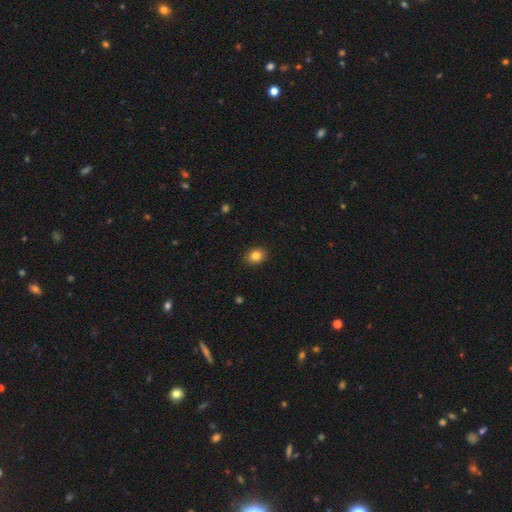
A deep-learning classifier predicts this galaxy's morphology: Overall: smooth (84%). How rounded: in between (55%; round 44%). Merging: none (91%).